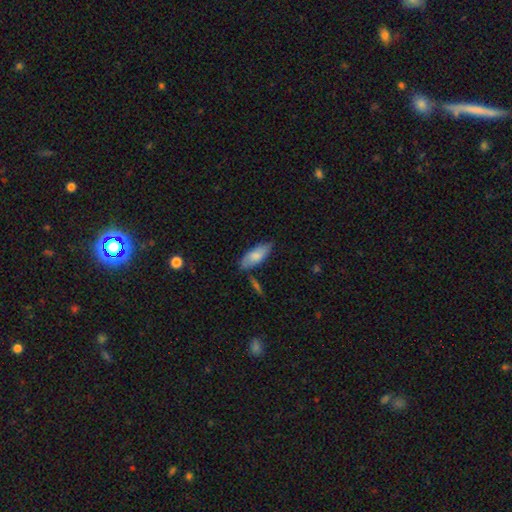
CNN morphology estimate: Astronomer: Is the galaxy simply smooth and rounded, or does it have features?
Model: smooth — 79%.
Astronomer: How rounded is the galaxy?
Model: in between — 80%.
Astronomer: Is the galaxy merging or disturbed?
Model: none — 71%.